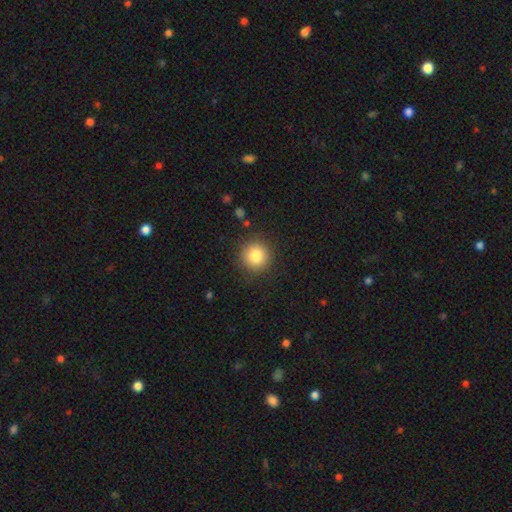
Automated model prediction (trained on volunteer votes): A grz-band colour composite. It shows a smooth galaxy with no disk features (83%) that is round (94%). Merging: none (89%).